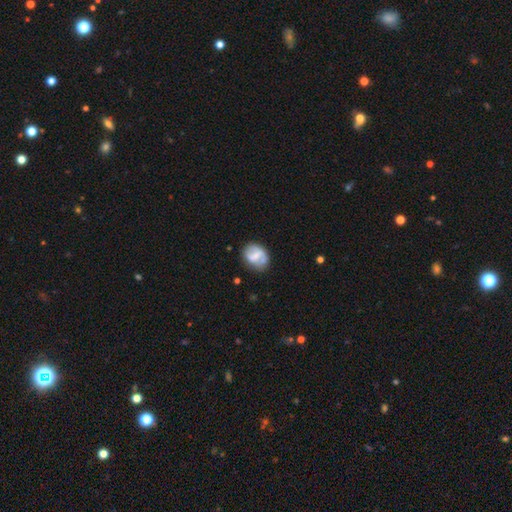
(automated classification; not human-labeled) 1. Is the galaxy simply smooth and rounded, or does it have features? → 50% smooth, 42% featured or disk, 8% star or artifact.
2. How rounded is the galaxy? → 52% in between, 47% round, 1% cigar-shaped.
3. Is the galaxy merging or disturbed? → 56% none, 25% minor disturbance, 10% major disturbance, 9% merger.